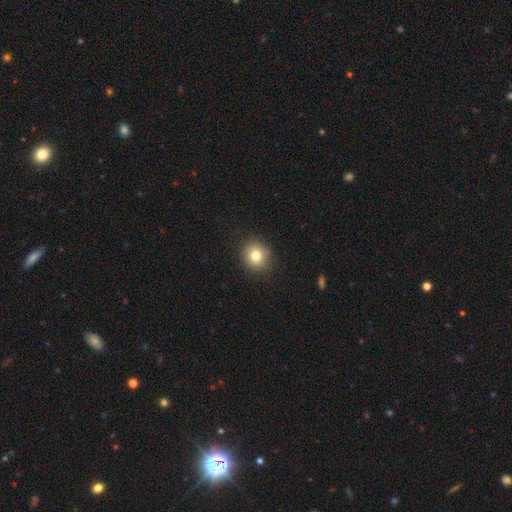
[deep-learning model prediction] This is likely a smooth galaxy (80%). How rounded: clearly round (84%). Merging: clearly none (88%).